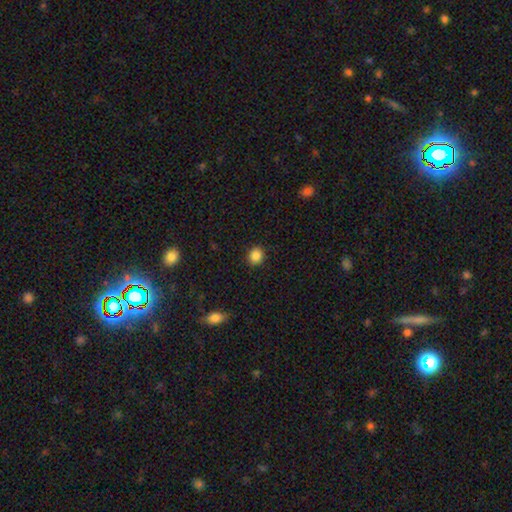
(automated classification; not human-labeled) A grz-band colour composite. It shows a smooth galaxy with no disk features (86%) that is round (73%). Merging: none (90%).